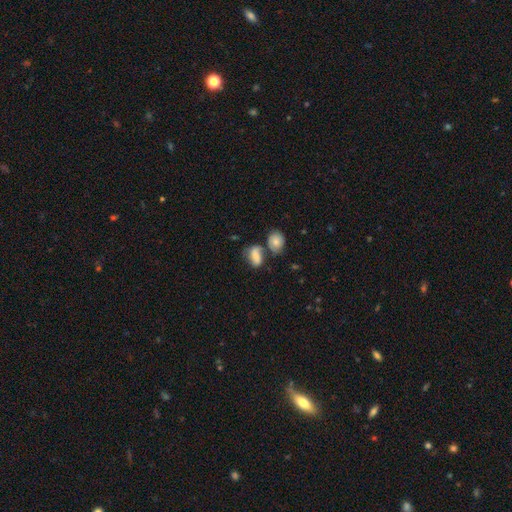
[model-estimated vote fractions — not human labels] Morphology: type=smooth (65%); roundness=in between (80%); merging=none (39%).